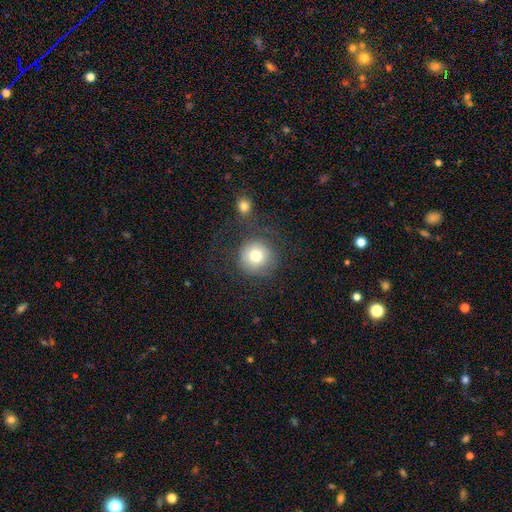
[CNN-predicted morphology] smooth 77%, featured or disk 13%, star or artifact 10%. Down the decision tree: how rounded — round (95%); merging — none (72%).